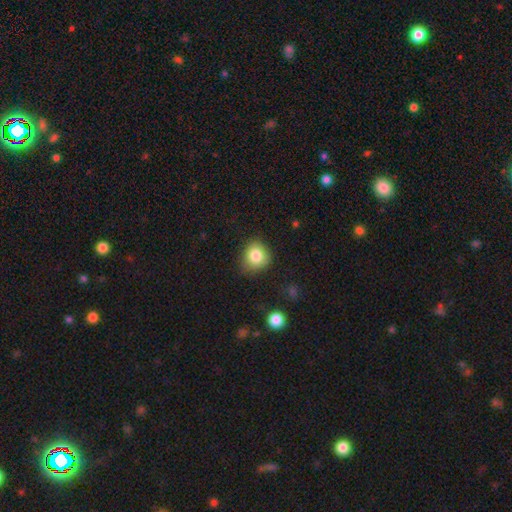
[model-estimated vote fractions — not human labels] This is clearly a smooth galaxy (83%). How rounded: likely round (77%). Merging: likely none (76%).